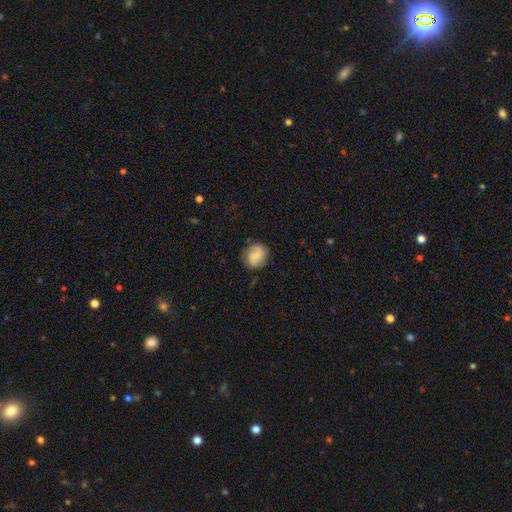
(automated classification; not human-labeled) Q: Smooth or featured?
A: smooth (67%); runner-up: featured or disk (25%)
Q: How rounded?
A: round (72%); runner-up: in between (27%)
Q: Merging?
A: none (79%); runner-up: minor disturbance (15%)